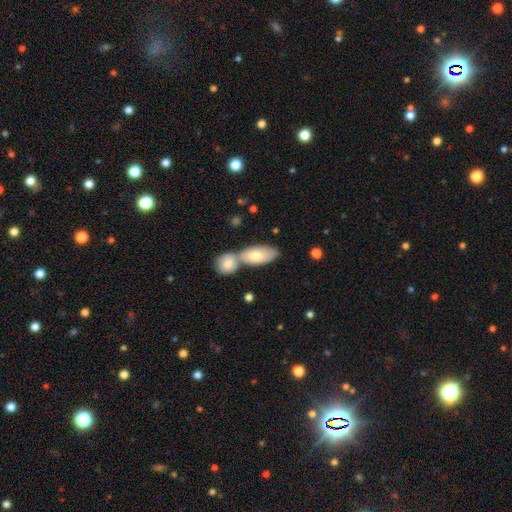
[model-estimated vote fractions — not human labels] A smooth galaxy with no disk features (67%) that is in between round and cigar-shaped (82%). Merging: merger (47%).